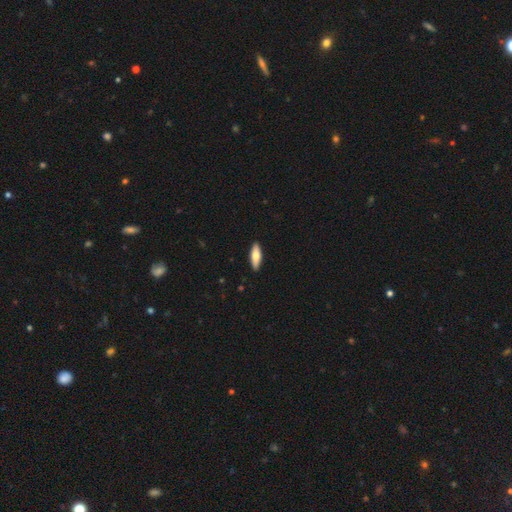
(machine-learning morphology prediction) The model was most divided on "how rounded": in between: 56%, cigar-shaped: 42%, round: 2%. More confident: merging — none (90%); smooth or featured — smooth (70%).